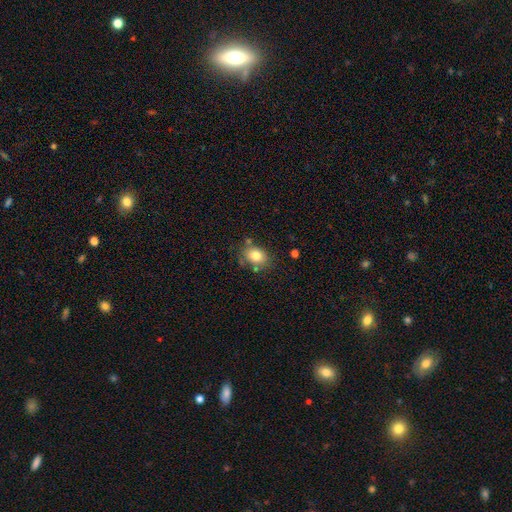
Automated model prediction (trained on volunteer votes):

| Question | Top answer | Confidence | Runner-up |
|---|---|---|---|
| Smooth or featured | smooth | 80% | featured or disk (10%) |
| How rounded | in between | 59% | round (40%) |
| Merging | none | 72% | minor disturbance (17%) |